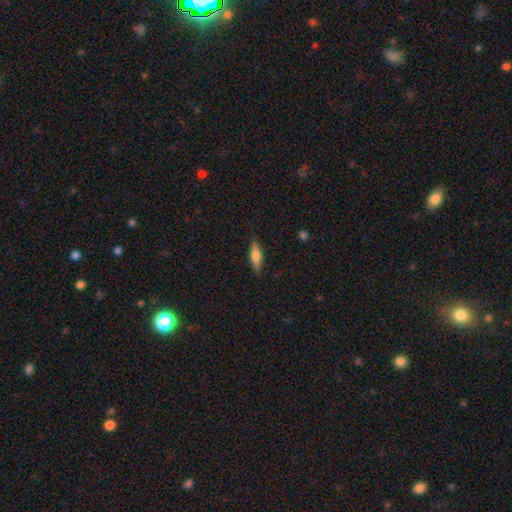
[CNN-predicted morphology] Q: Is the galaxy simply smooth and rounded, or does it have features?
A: smooth — 59%.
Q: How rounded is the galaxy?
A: cigar-shaped — 65%.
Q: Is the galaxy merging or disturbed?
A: none — 86%.